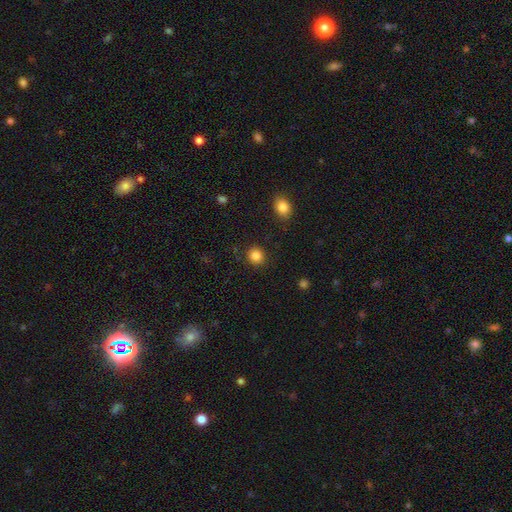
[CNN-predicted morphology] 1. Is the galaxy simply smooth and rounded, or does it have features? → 85% smooth, 11% star or artifact, 4% featured or disk.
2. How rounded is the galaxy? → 88% round, 11% in between, 1% cigar-shaped.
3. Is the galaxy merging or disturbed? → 90% none, 6% minor disturbance, 2% major disturbance, 2% merger.